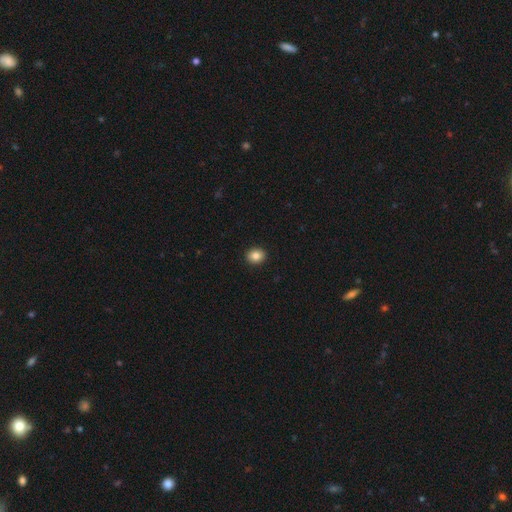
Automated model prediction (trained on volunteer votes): Smooth or featured? Predicted: smooth (p=0.85). How rounded? Predicted: round (p=0.63). Merging? Predicted: none (p=0.92).